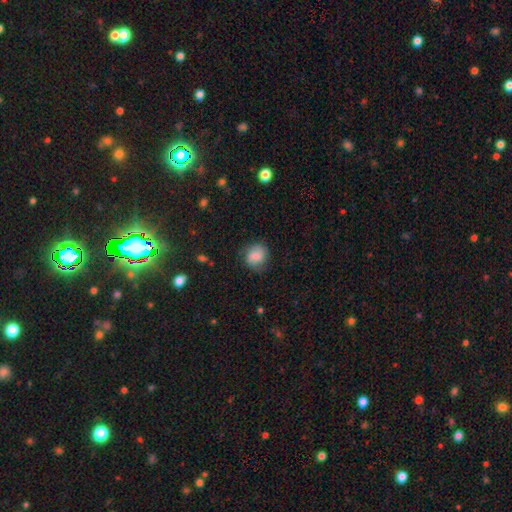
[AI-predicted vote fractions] The model was most divided on "merging": none: 70%, minor disturbance: 22%, major disturbance: 7%, merger: 1%. More confident: how rounded — round (74%); smooth or featured — smooth (74%).